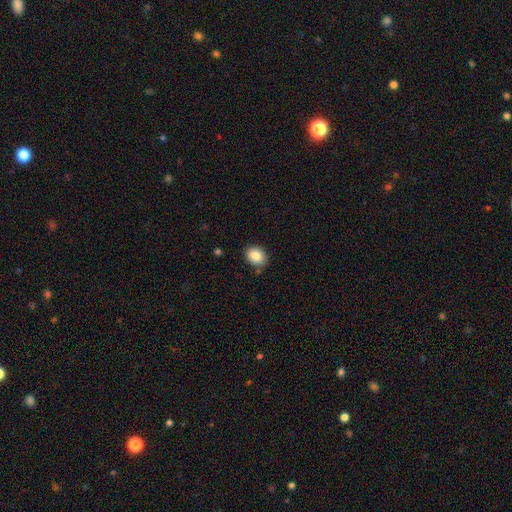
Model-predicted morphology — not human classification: type=smooth (85%); roundness=in between (51%); merging=none (83%).